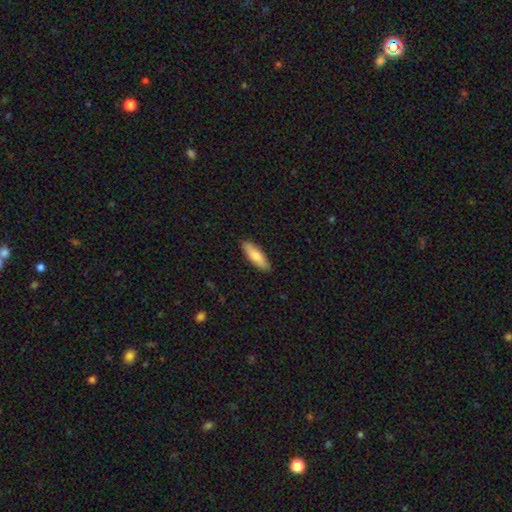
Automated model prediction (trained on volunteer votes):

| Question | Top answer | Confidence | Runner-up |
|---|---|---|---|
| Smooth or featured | smooth | 79% | featured or disk (16%) |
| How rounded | in between | 50% | cigar-shaped (48%) |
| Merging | none | 89% | minor disturbance (9%) |